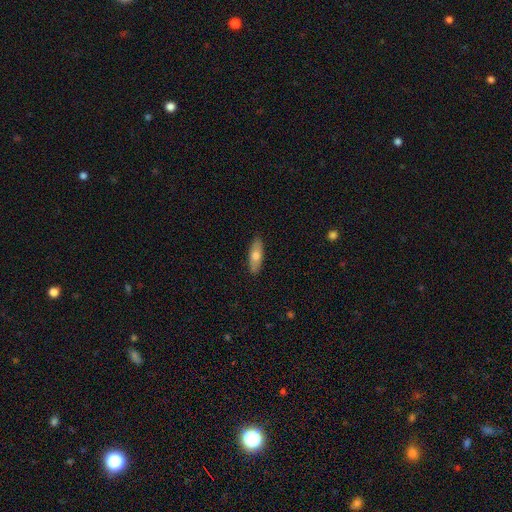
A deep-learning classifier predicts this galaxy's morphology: Smooth or featured: smooth — 68% (featured or disk — 26%)
How rounded: in between — 61% (cigar-shaped — 36%)
Merging: none — 89% (minor disturbance — 8%)